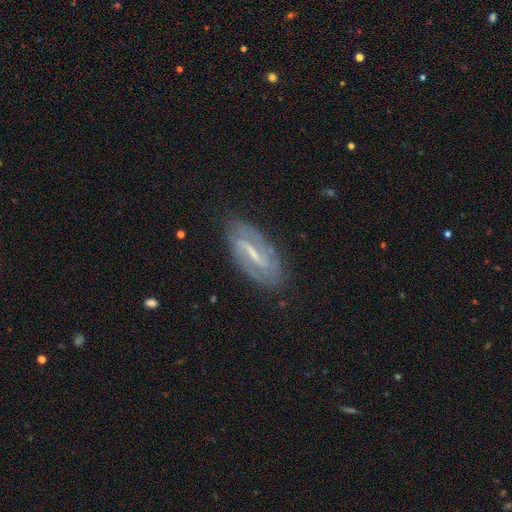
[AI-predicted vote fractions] A featured or disk galaxy (77%) with a strong bar (62%), 2 (76%) tight (40%) spiral arms (81%) and a small central bulge (54%).

Vote fractions:
- Smooth or featured? featured or disk: 77% / smooth: 14% / star or artifact: 8%
- Edge-on disk? no: 87% / yes: 13%
- Bar? strong: 62% / weak: 29% / no: 8%
- Spiral arms? yes: 81% / no: 19%
- Spiral winding? tight: 40% / medium: 39% / loose: 21%
- Spiral arm count? 2: 76% / can't tell: 17% / 1: 3% / 3: 2% / 4: 1% / more than 4: 1%
- Bulge size? small: 54% / moderate: 26% / none: 16% / large: 2% / dominant: 1%
- Merging? none: 81% / minor disturbance: 13% / major disturbance: 4% / merger: 1%